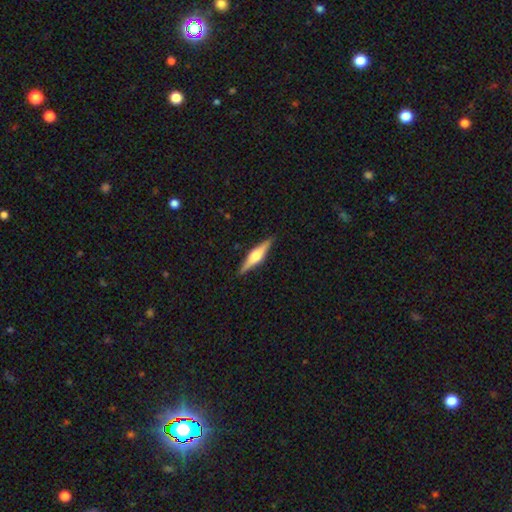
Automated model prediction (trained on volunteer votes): A featured or disk galaxy (69%) viewed edge-on (97%) with a rounded central bulge (88%).

Vote fractions:
- Smooth or featured? featured or disk: 69% / smooth: 26% / star or artifact: 5%
- Edge-on disk? yes: 97% / no: 3%
- Edge-on bulge? rounded: 88% / boxy: 9% / none: 3%
- Merging? none: 90% / minor disturbance: 7% / major disturbance: 1% / merger: 1%